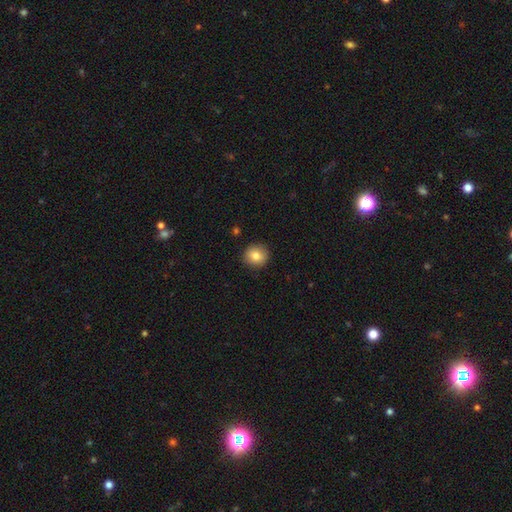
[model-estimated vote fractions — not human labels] This appears to be a smooth galaxy with no disk features (84%) that is round (88%). Merging: none (91%).